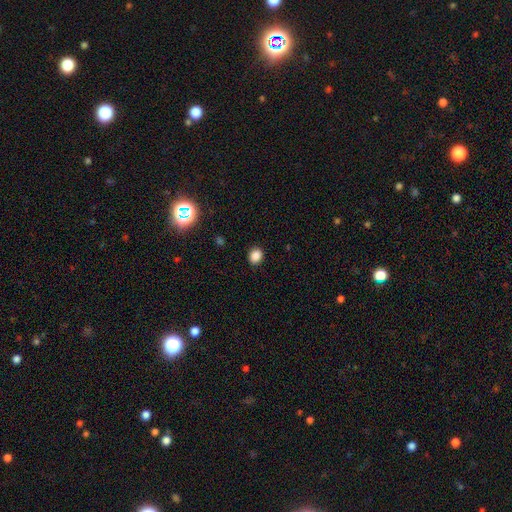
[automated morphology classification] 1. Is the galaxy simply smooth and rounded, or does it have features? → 85% smooth, 12% star or artifact, 3% featured or disk.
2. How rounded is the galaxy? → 65% round, 34% in between, 1% cigar-shaped.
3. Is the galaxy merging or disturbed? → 89% none, 7% minor disturbance, 2% major disturbance, 1% merger.